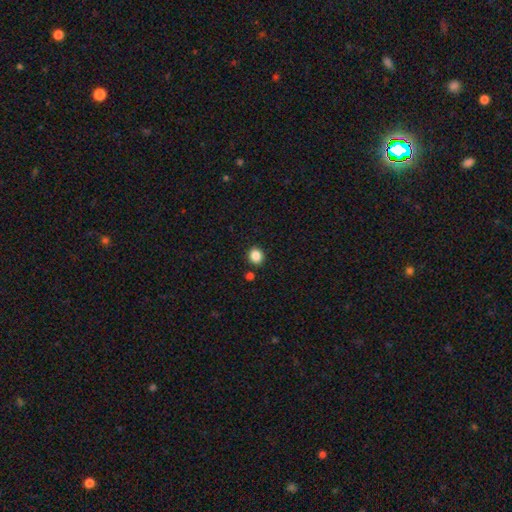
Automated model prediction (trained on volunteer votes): Smooth or featured? smooth (86%)
How rounded? round (74%)
Merging? none (88%)